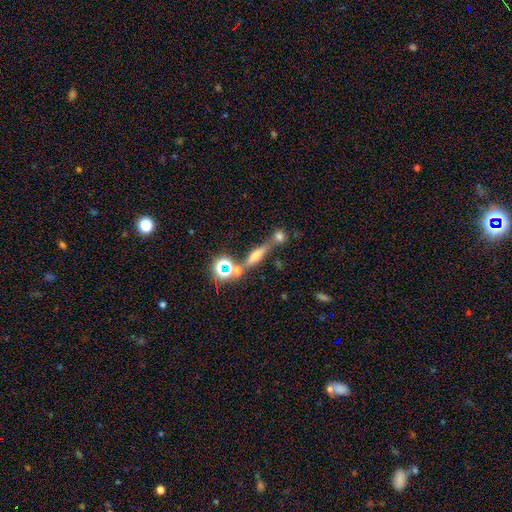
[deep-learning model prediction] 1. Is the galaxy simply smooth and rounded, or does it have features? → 41% featured or disk, 39% smooth, 20% star or artifact.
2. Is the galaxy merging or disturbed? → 60% none, 24% merger, 11% minor disturbance, 5% major disturbance.